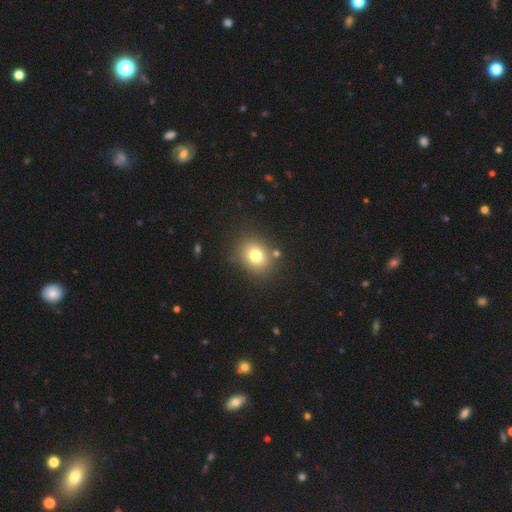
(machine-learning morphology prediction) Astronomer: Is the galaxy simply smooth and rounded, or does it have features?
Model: smooth — 77%.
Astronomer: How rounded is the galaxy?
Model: round — 62% (runner-up: in between, 37%).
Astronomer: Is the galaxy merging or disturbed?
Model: none — 80%.